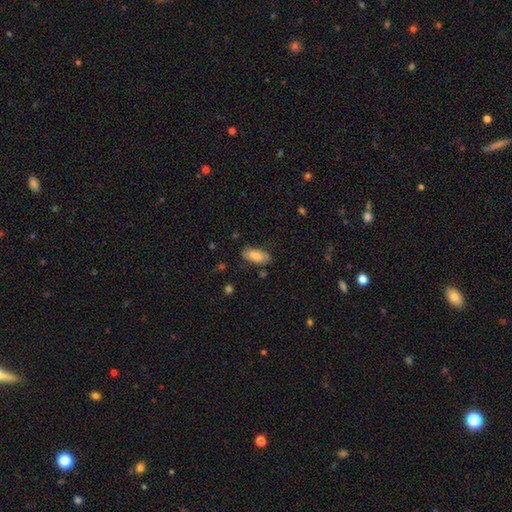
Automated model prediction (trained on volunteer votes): smooth 79%, featured or disk 15%, star or artifact 6%. Down the decision tree: how rounded — in between (89%); merging — none (75%).